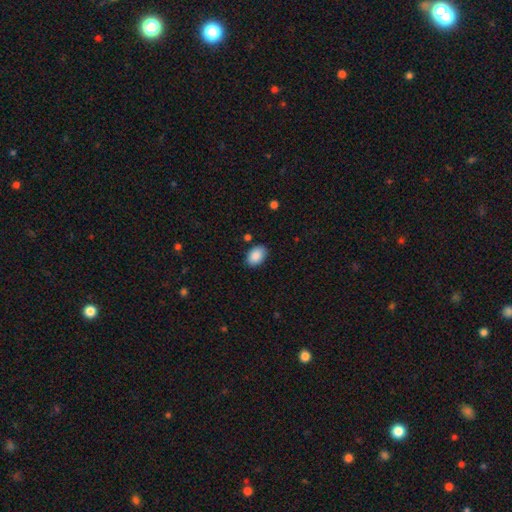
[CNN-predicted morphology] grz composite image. It shows a smooth galaxy with no disk features (89%) that is in between round and cigar-shaped (87%). Merging: none (85%).